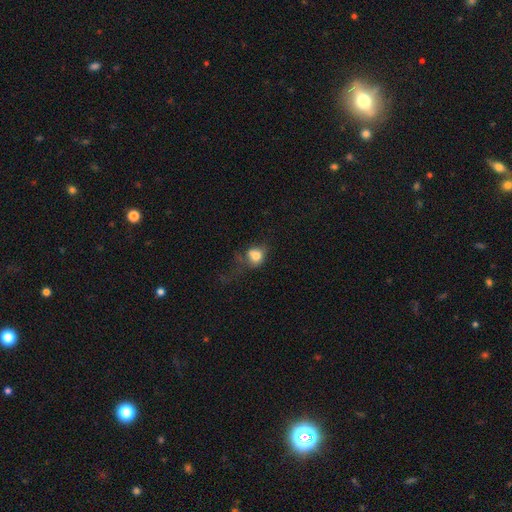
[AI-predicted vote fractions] smooth_or_featured: smooth (p=0.74) [alt: featured or disk p=0.15]
how_rounded: round (p=0.54) [alt: in between p=0.45]
merging: major disturbance (p=0.40) [alt: none p=0.29]